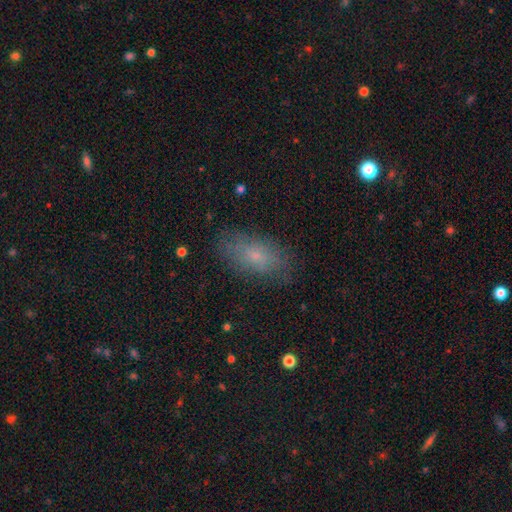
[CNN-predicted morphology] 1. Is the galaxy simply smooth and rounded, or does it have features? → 68% smooth, 21% featured or disk, 10% star or artifact.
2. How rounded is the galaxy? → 86% in between, 9% cigar-shaped, 5% round.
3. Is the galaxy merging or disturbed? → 79% none, 15% minor disturbance, 5% major disturbance, 1% merger.